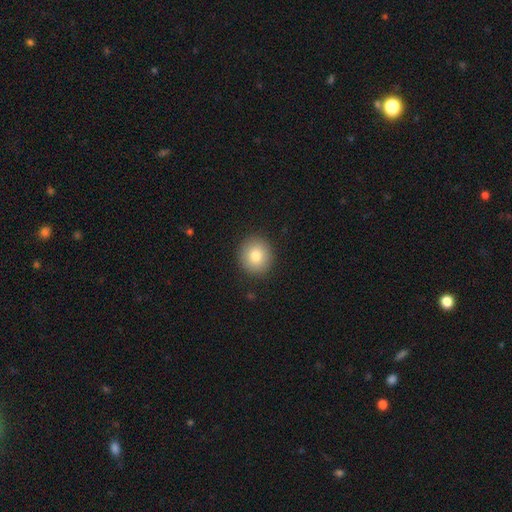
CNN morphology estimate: A smooth galaxy with no disk features (81%) that is round (88%).

Vote fractions:
- Smooth or featured? smooth: 81% / featured or disk: 10% / star or artifact: 9%
- How rounded? round: 88% / in between: 11% / cigar-shaped: 1%
- Merging? none: 91% / minor disturbance: 6% / major disturbance: 2% / merger: 1%